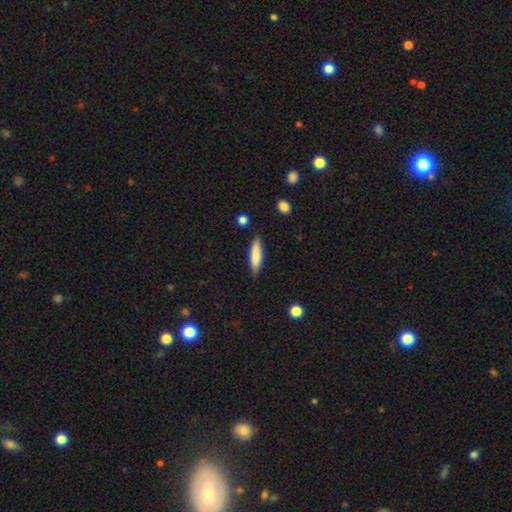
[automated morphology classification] Smooth or featured? Predicted: smooth (p=0.80). How rounded? Predicted: cigar-shaped (p=0.75). Merging? Predicted: none (p=0.85).